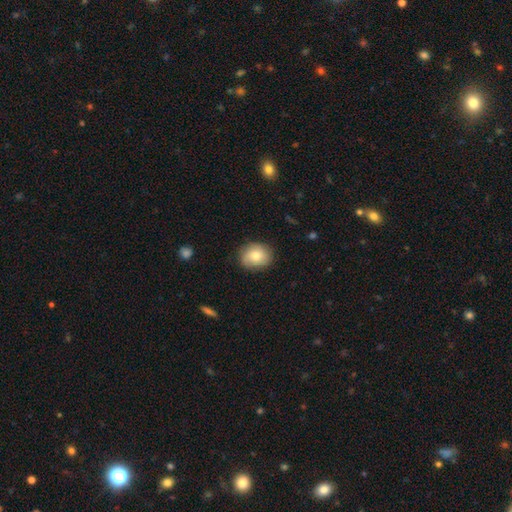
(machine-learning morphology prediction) Q: Smooth or featured?
A: smooth (75%); runner-up: featured or disk (17%)
Q: How rounded?
A: round (62%); runner-up: in between (37%)
Q: Merging?
A: none (81%); runner-up: minor disturbance (14%)